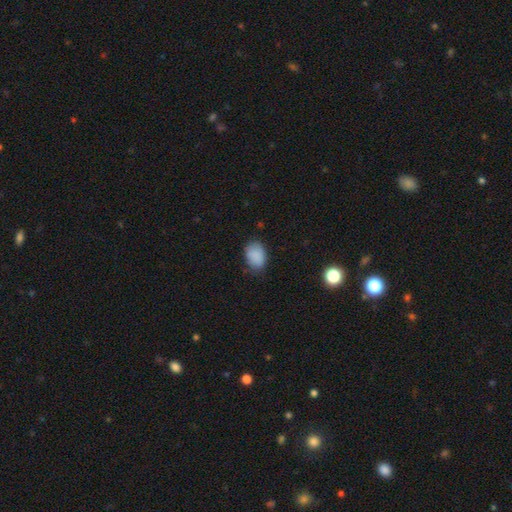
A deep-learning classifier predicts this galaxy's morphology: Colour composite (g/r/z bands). It shows a smooth galaxy with no disk features (88%) that is in between round and cigar-shaped (83%). Merging: none (74%).